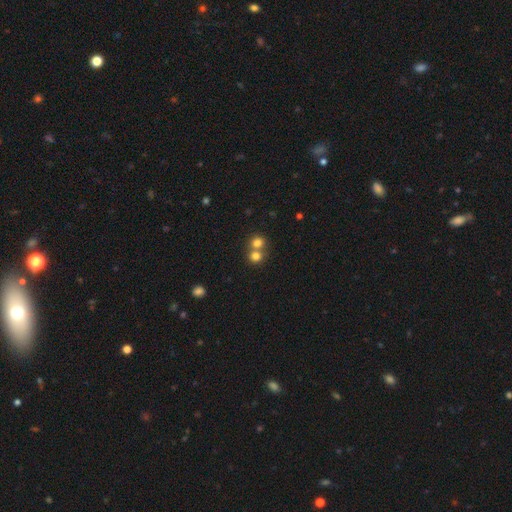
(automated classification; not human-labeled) A smooth galaxy with no disk features (78%) that is round (84%). Merging: merger (53%).